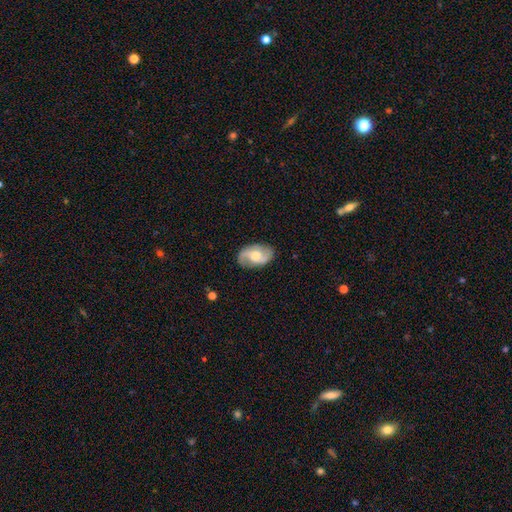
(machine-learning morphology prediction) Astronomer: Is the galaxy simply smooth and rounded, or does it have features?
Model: featured or disk — 75%.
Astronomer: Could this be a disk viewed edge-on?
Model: no — 97%.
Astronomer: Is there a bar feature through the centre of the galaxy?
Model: no — 48% (runner-up: weak, 43%).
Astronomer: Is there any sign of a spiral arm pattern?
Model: yes — 94%.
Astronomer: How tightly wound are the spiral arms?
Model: medium — 46% (runner-up: loose, 37%).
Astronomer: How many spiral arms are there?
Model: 2 — 89%.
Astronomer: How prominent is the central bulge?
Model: moderate — 58%.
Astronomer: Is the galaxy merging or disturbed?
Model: none — 82%.